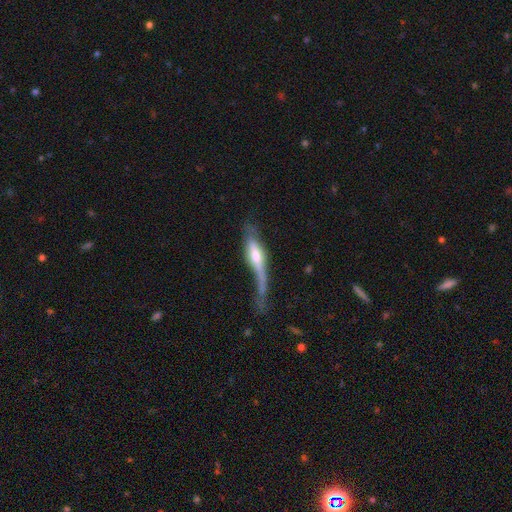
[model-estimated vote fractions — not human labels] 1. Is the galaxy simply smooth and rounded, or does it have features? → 53% featured or disk, 41% smooth, 6% star or artifact.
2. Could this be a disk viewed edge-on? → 76% yes, 24% no.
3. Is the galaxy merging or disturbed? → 42% major disturbance, 26% minor disturbance, 26% none, 6% merger.